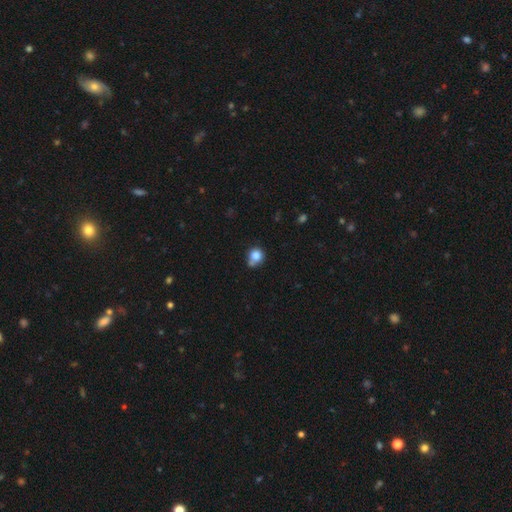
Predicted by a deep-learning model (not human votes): Smooth or featured: smooth — 81% (star or artifact — 11%)
How rounded: round — 83% (in between — 16%)
Merging: none — 53% (minor disturbance — 21%)